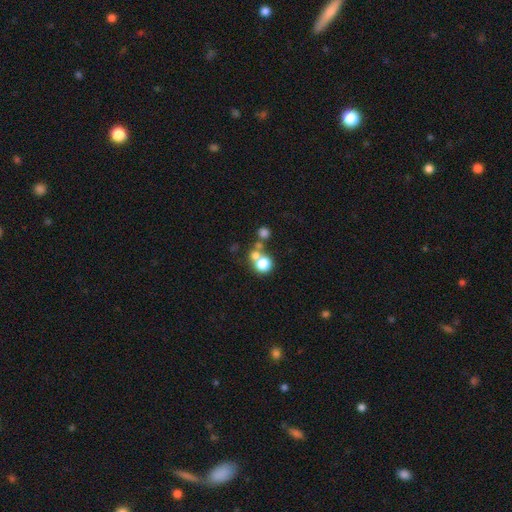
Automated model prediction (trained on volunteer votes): This appears to be a smooth galaxy with no disk features (70%) that is round (87%). Merging: none (47%).